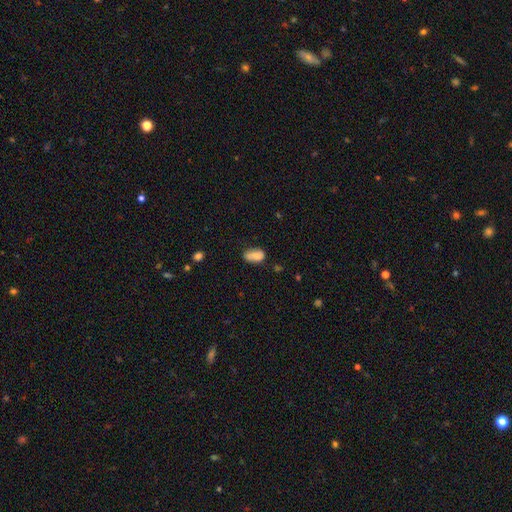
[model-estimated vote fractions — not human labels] smooth 77%, featured or disk 15%, star or artifact 8%. Down the decision tree: how rounded — in between (90%); merging — none (63%).